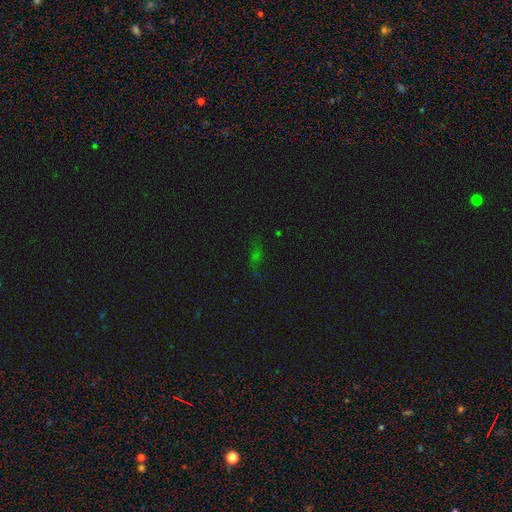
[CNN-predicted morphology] Smooth or featured: star or artifact — 49% (smooth — 31%)